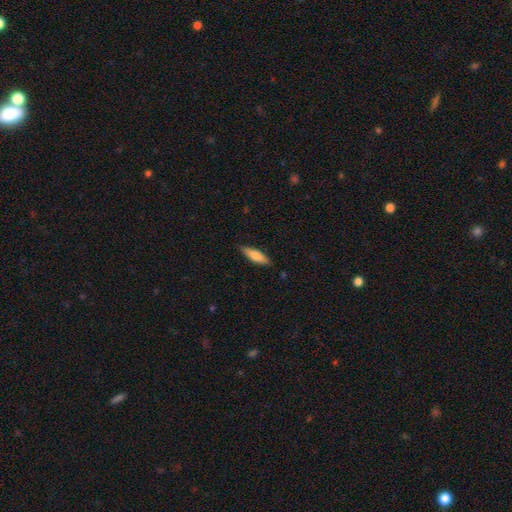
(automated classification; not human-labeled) The model was most divided on "how rounded": cigar-shaped: 62%, in between: 37%, round: 2%. More confident: merging — none (86%); smooth or featured — smooth (72%).